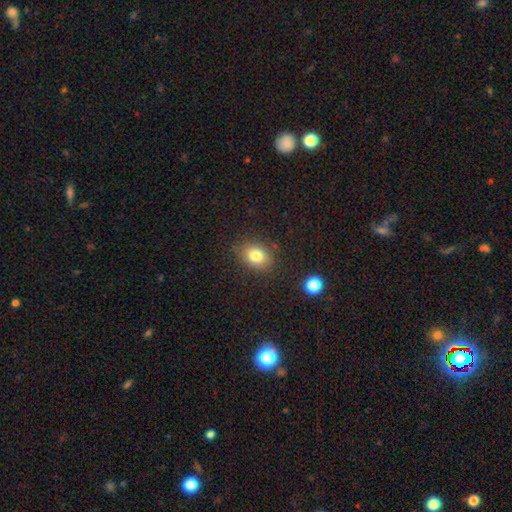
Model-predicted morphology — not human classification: Smooth or featured? smooth (80%)
How rounded? in between (64%)
Merging? none (81%)